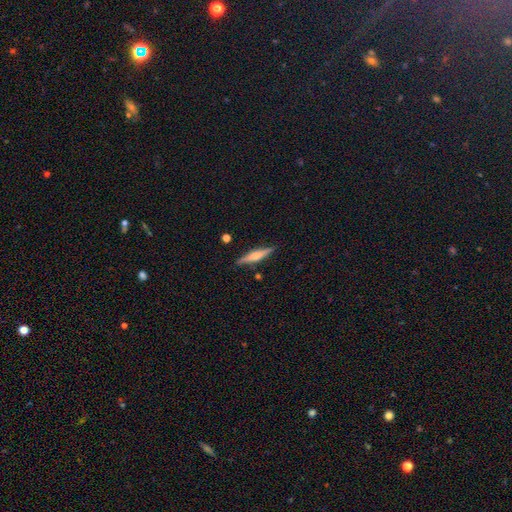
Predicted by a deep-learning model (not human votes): The model was most divided on "smooth or featured": featured or disk: 55%, smooth: 38%, star or artifact: 6%. More confident: edge-on disk — yes (97%); merging — none (87%); edge-on bulge — rounded (69%).